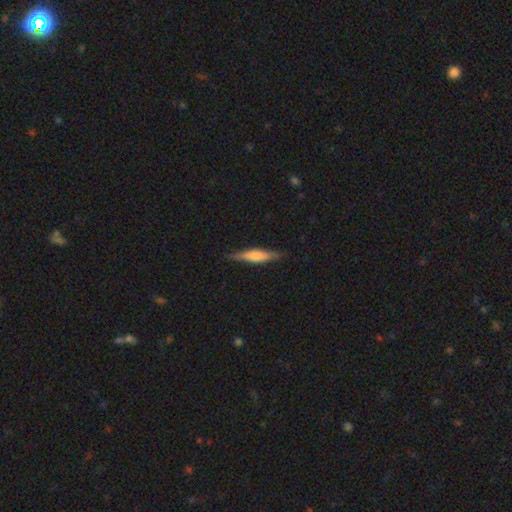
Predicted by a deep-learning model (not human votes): This appears to be a smooth galaxy with no disk features (49%). Merging: none (86%).